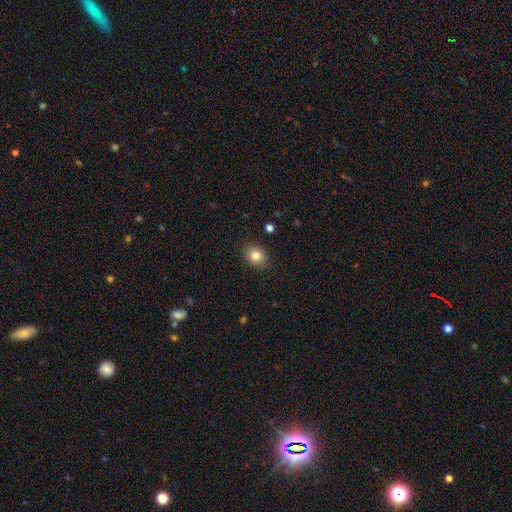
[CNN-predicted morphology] smooth 82%, star or artifact 10%, featured or disk 8%. Down the decision tree: how rounded — round (56%); merging — none (88%).